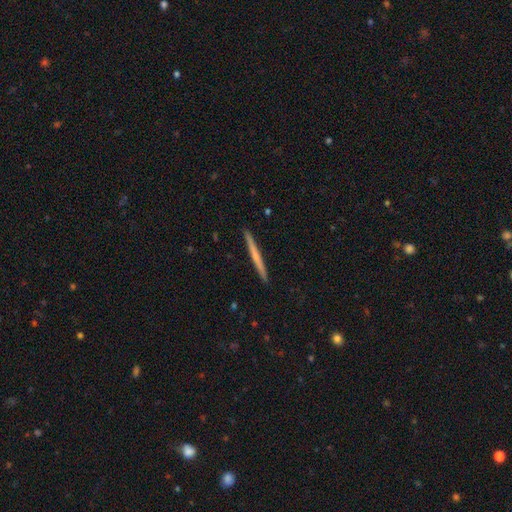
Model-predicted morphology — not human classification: Q: Smooth or featured?
A: featured or disk (53%); runner-up: smooth (41%)
Q: Edge-on disk?
A: yes (98%); runner-up: no (2%)
Q: Edge-on bulge?
A: none (68%); runner-up: rounded (27%)
Q: Merging?
A: none (93%); runner-up: minor disturbance (5%)